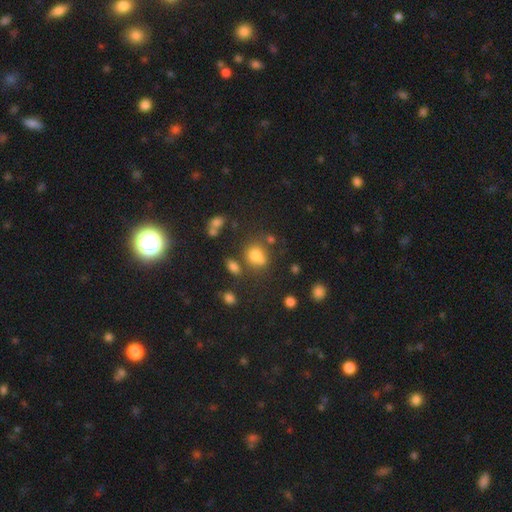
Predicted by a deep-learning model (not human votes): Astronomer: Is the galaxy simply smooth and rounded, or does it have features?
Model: smooth — 75%.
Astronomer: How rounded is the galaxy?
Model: round — 67%.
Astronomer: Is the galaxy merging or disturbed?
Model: none — 55%.